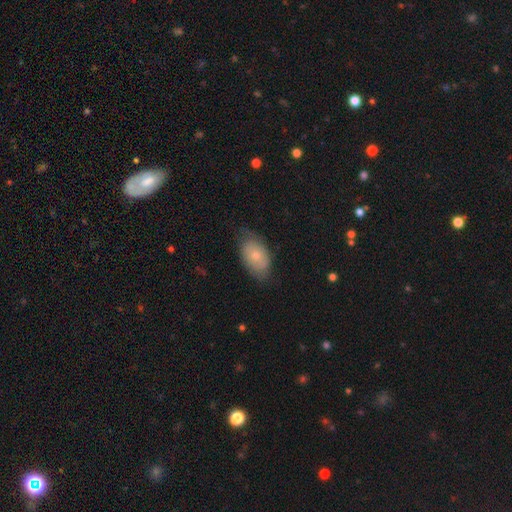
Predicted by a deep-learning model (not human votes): smooth_or_featured: smooth (p=0.66) [alt: featured or disk p=0.27]
how_rounded: in between (p=0.91) [alt: round p=0.07]
merging: none (p=0.65) [alt: minor disturbance p=0.26]